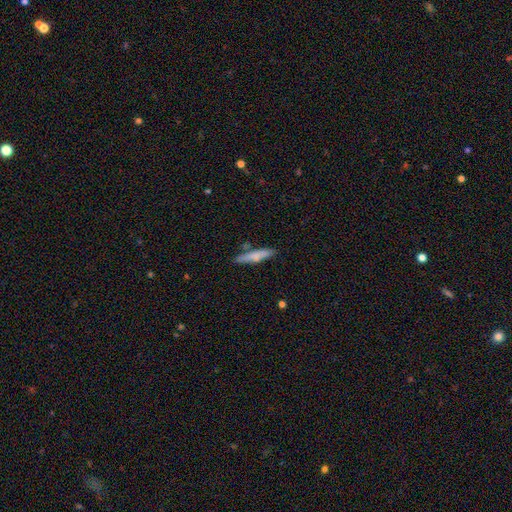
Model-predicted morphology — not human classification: type=smooth (71%); roundness=cigar-shaped (89%); merging=none (79%).